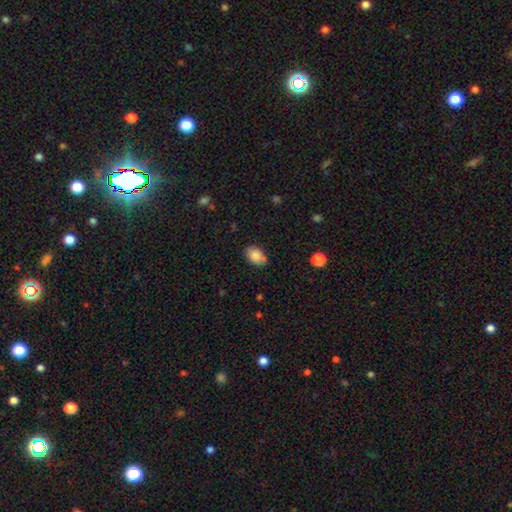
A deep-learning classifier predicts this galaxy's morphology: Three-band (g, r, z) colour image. It shows a smooth galaxy with no disk features (85%) that is in between round and cigar-shaped (84%). Merging: none (75%).